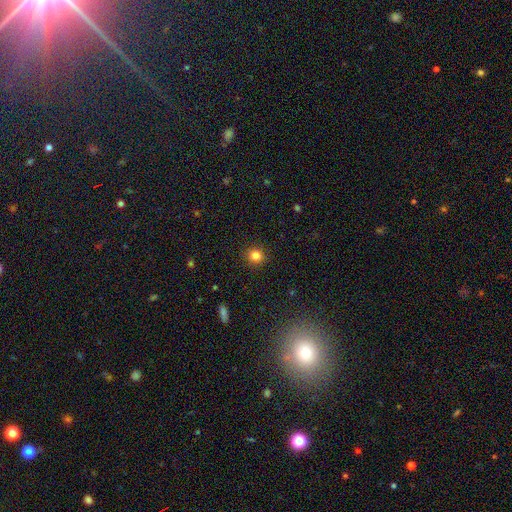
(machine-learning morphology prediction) The model was most divided on "smooth or featured": smooth: 82%, star or artifact: 13%, featured or disk: 5%. More confident: merging — none (91%); how rounded — round (89%).